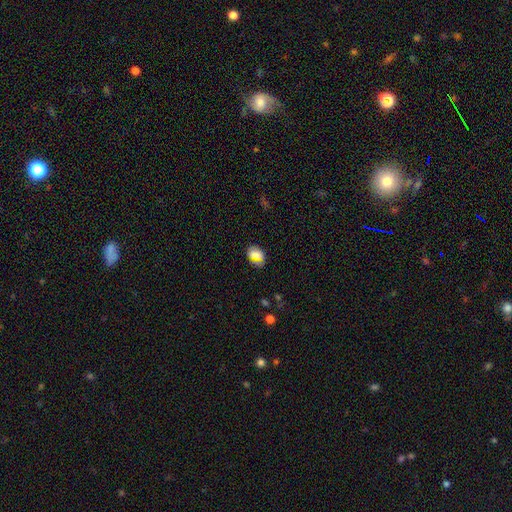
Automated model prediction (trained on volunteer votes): Smooth or featured: smooth — 69% (star or artifact — 20%)
How rounded: in between — 69% (round — 28%)
Merging: none — 79% (minor disturbance — 13%)